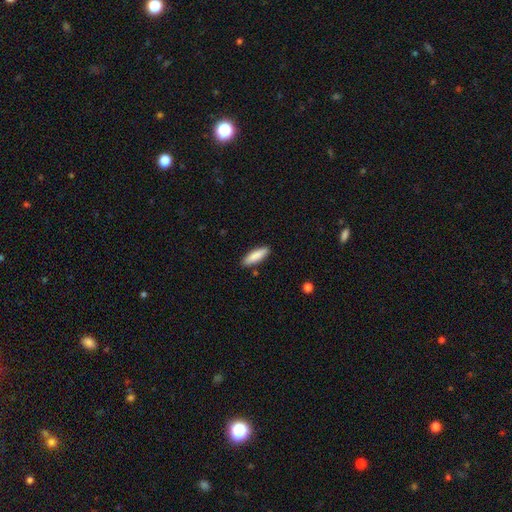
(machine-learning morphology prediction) smooth 86%, featured or disk 8%, star or artifact 6%. Down the decision tree: how rounded — cigar-shaped (59%); merging — none (87%).